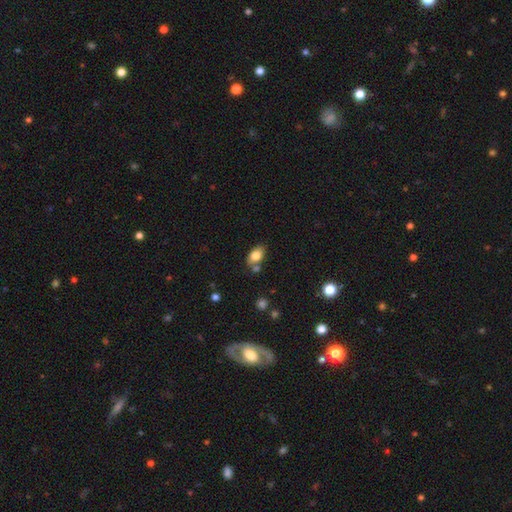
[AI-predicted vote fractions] A smooth galaxy with no disk features (81%) that is in between round and cigar-shaped (88%). Merging: none (66%).